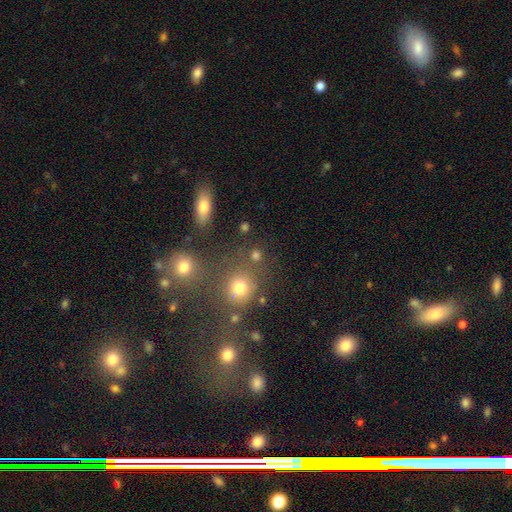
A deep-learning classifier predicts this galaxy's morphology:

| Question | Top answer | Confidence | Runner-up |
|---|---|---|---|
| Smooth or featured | smooth | 73% | star or artifact (19%) |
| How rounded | round | 80% | in between (18%) |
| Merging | none | 72% | merger (13%) |